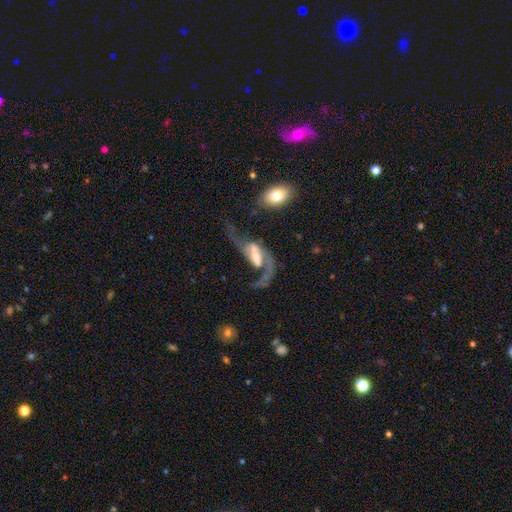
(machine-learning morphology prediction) Overall: featured or disk (85%). Edge-on disk: no (95%). Bar: strong (47%; weak 37%). Spiral arms: yes (93%). Spiral arm count: 2 (82%). Spiral winding: loose (72%). Bulge size: moderate (40%; small 29%). Merging: major disturbance (38%; none 37%).